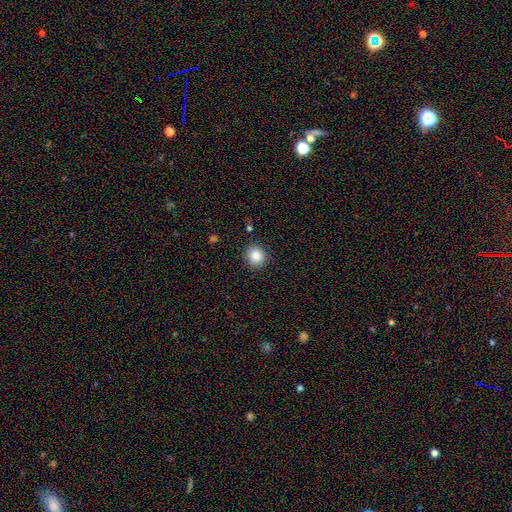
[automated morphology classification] Smooth or featured? Predicted: smooth (p=0.86). How rounded? Predicted: round (p=0.89). Merging? Predicted: none (p=0.89).